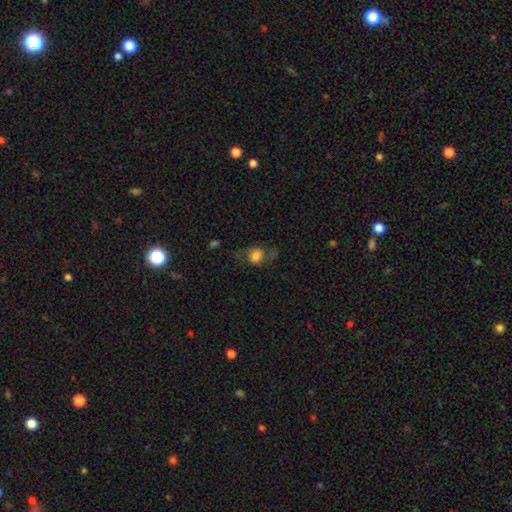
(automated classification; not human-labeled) Q: Smooth or featured?
A: smooth (67%); runner-up: featured or disk (22%)
Q: How rounded?
A: round (67%); runner-up: in between (32%)
Q: Merging?
A: none (54%); runner-up: minor disturbance (23%)